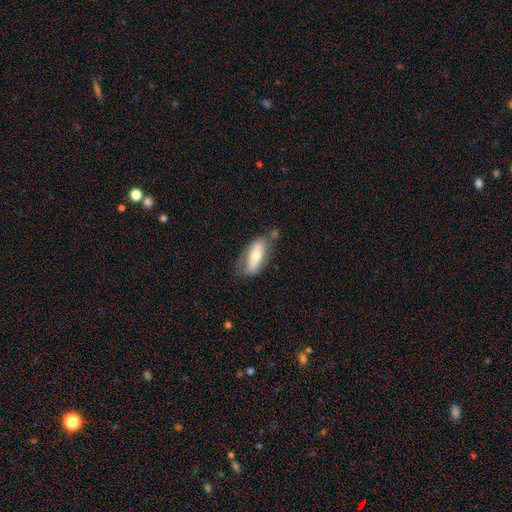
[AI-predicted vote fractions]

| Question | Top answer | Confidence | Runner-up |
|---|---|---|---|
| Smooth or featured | smooth | 54% | featured or disk (40%) |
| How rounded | in between | 78% | cigar-shaped (19%) |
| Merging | none | 57% | minor disturbance (28%) |